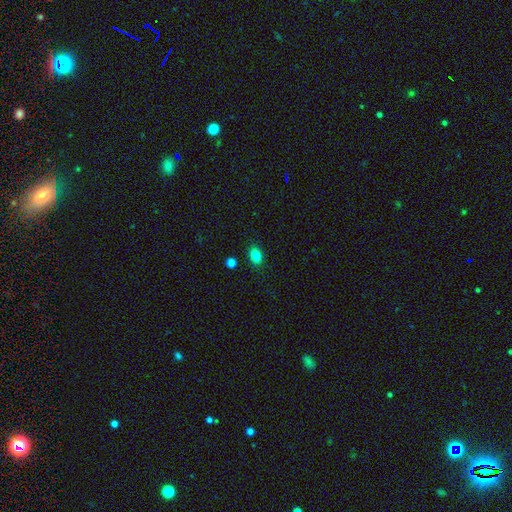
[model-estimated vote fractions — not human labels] Smooth or featured? Predicted: smooth (p=0.84). How rounded? Predicted: in between (p=0.73). Merging? Predicted: none (p=0.85).